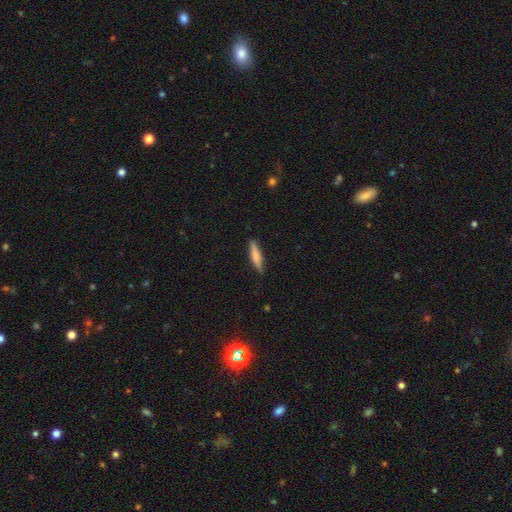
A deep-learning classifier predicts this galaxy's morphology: smooth 57%, featured or disk 37%, star or artifact 6%. Down the decision tree: how rounded — cigar-shaped (83%); merging — none (84%).